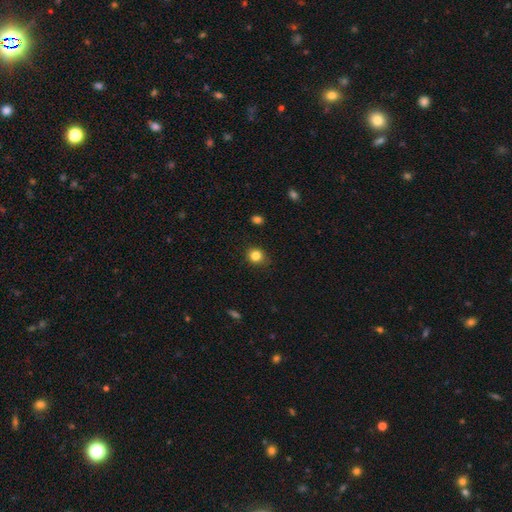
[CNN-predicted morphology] A smooth galaxy with no disk features (83%) that is round (79%). Merging: none (84%).